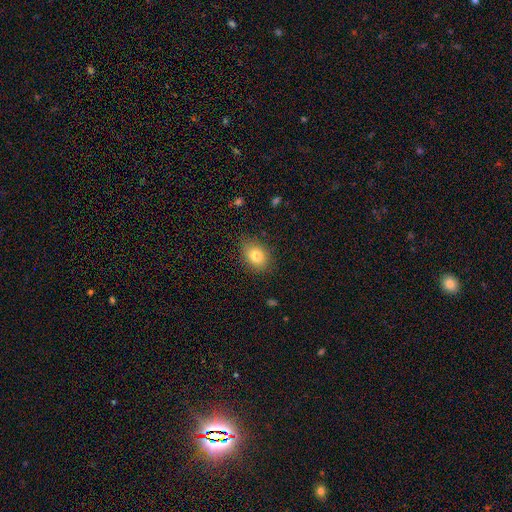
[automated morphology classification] Smooth or featured? smooth (80%)
How rounded? in between (70%)
Merging? none (81%)